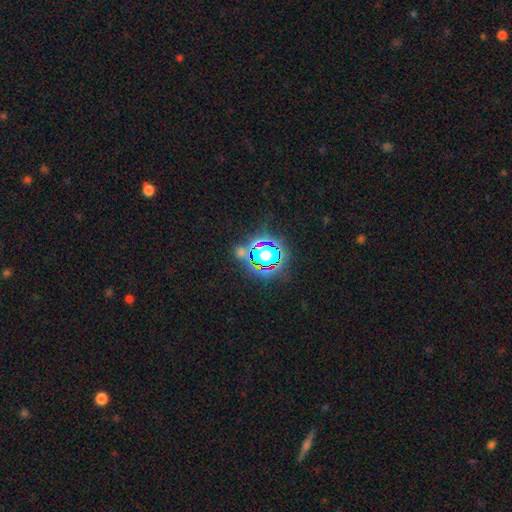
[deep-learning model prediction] The model was most divided on "smooth or featured": star or artifact: 79%, smooth: 13%, featured or disk: 8%.